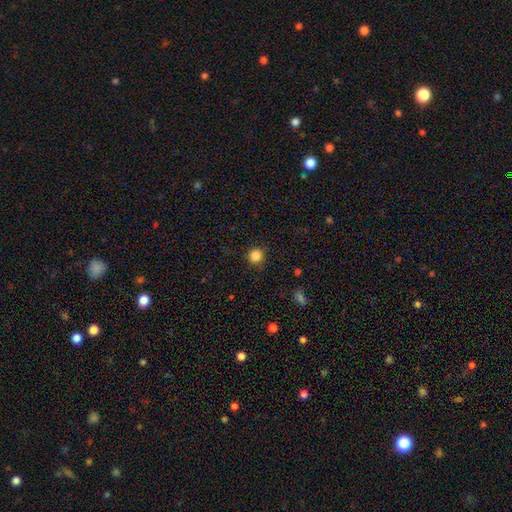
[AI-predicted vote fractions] smooth 84%, star or artifact 12%, featured or disk 4%. Down the decision tree: how rounded — round (94%); merging — none (89%).